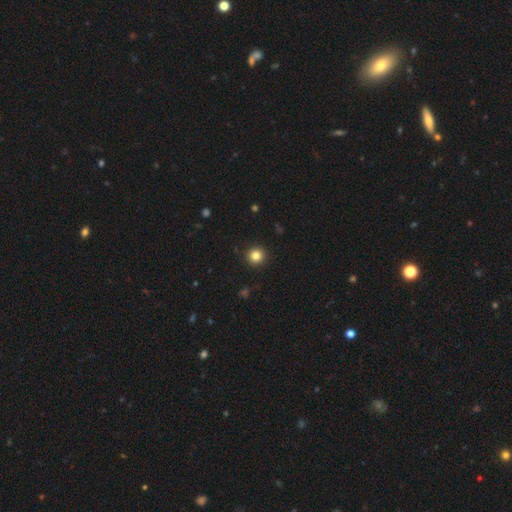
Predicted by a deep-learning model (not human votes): smooth-or-featured: smooth: 83% | star or artifact: 12% | featured or disk: 5%
  how-rounded: round: 95% | in between: 4% | cigar-shaped: 1%
  merging: none: 92% | minor disturbance: 5% | major disturbance: 2% | merger: 1%